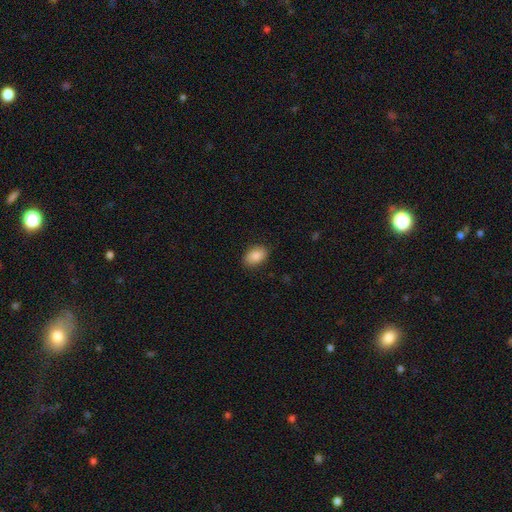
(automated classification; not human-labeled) Smooth or featured: smooth — 86% (star or artifact — 7%)
How rounded: in between — 86% (round — 13%)
Merging: none — 87% (minor disturbance — 10%)